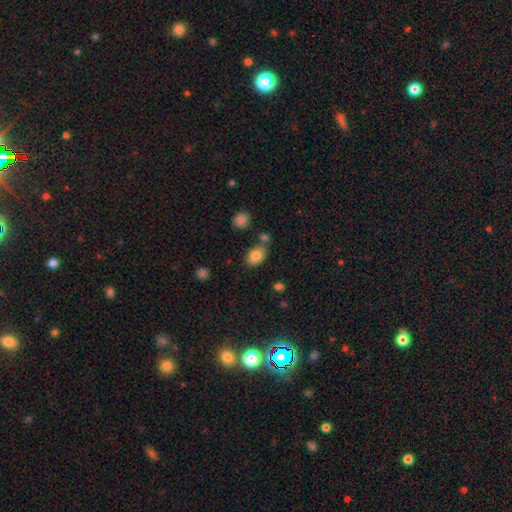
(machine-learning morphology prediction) Smooth or featured: smooth — 82% (star or artifact — 9%)
How rounded: in between — 81% (round — 17%)
Merging: none — 70% (minor disturbance — 13%)